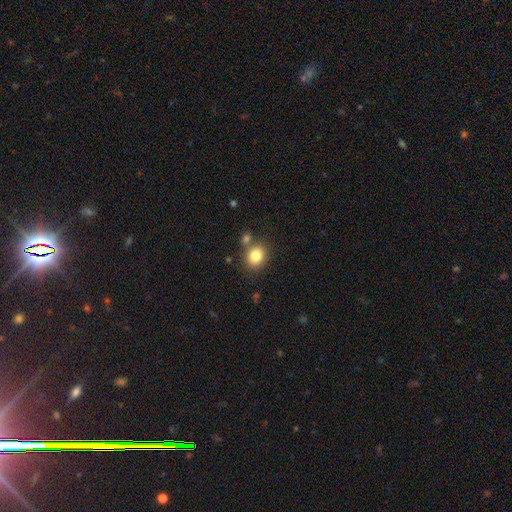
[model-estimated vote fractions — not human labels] Smooth or featured: smooth — 82% (star or artifact — 11%)
How rounded: round — 66% (in between — 33%)
Merging: none — 71% (merger — 14%)